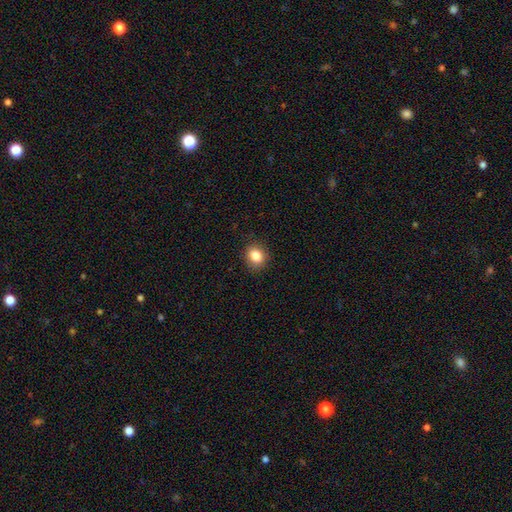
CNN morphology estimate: type=smooth (84%); roundness=round (65%); merging=none (88%).